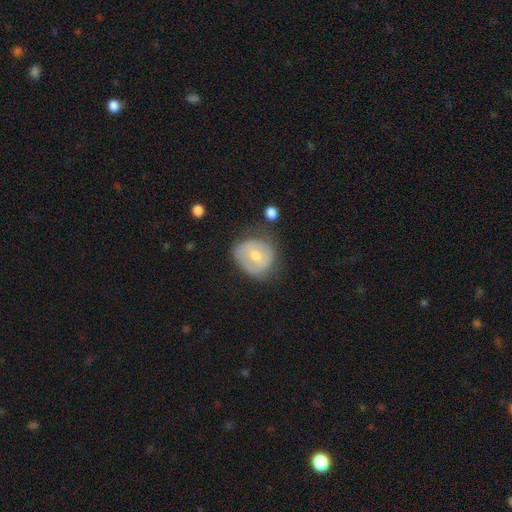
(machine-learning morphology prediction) type=smooth (50%); merging=none (55%).